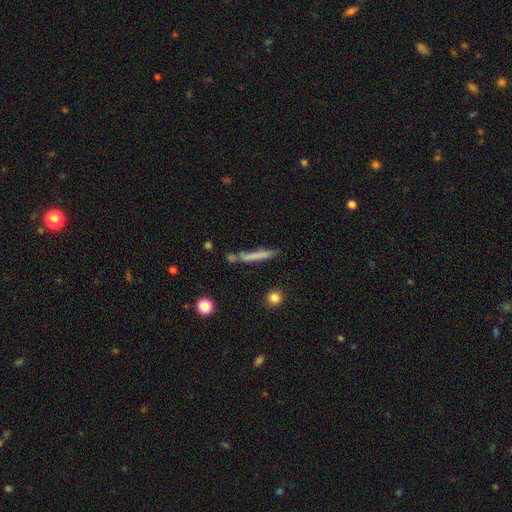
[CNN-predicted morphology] smooth_or_featured: smooth (p=0.65) [alt: featured or disk p=0.26]
how_rounded: cigar-shaped (p=0.93) [alt: in between p=0.05]
merging: none (p=0.65) [alt: minor disturbance p=0.17]